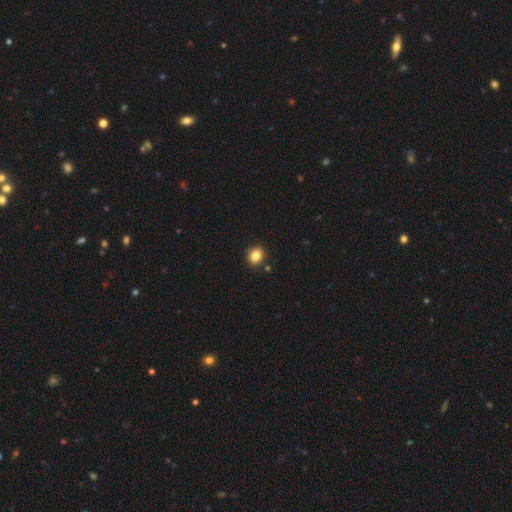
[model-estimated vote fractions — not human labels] smooth_or_featured: smooth (p=0.85) [alt: star or artifact p=0.10]
how_rounded: round (p=0.63) [alt: in between p=0.36]
merging: none (p=0.88) [alt: minor disturbance p=0.08]